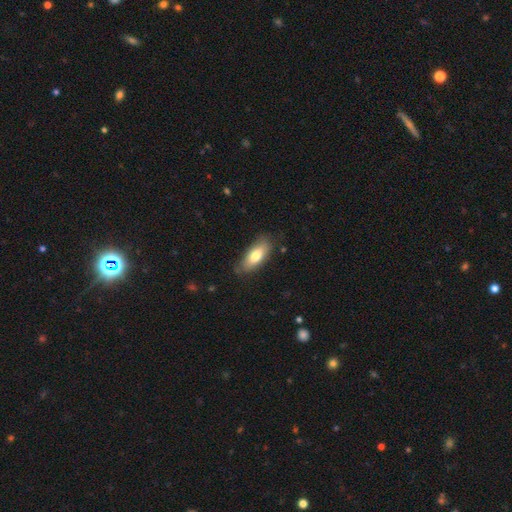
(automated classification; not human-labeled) A smooth galaxy with no disk features (75%) that is in between round and cigar-shaped (80%). Merging: none (78%).